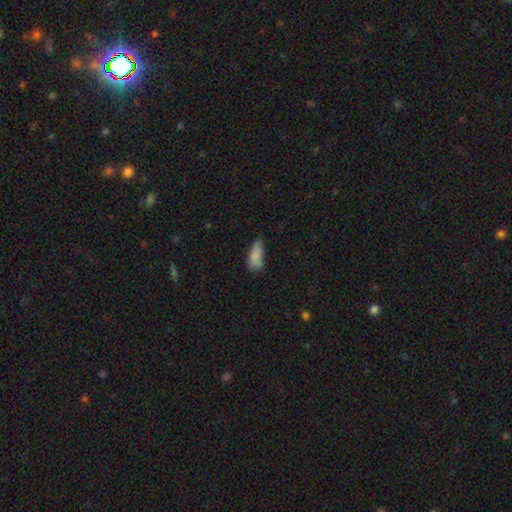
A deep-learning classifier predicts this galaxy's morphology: Smooth or featured: smooth — 82% (featured or disk — 10%)
How rounded: in between — 79% (cigar-shaped — 19%)
Merging: none — 51% (minor disturbance — 36%)